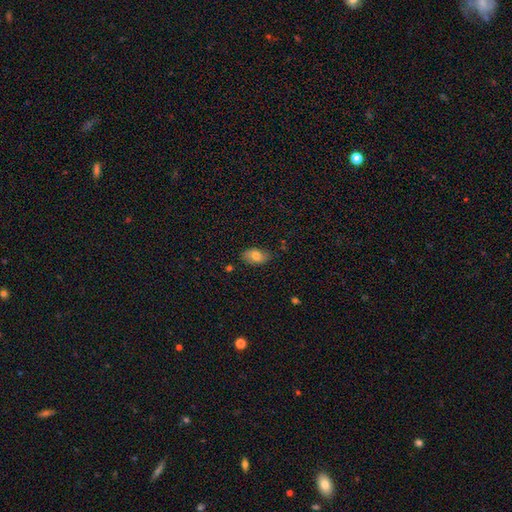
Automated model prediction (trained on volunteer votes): Overall: smooth (79%). How rounded: in between (92%). Merging: none (79%).